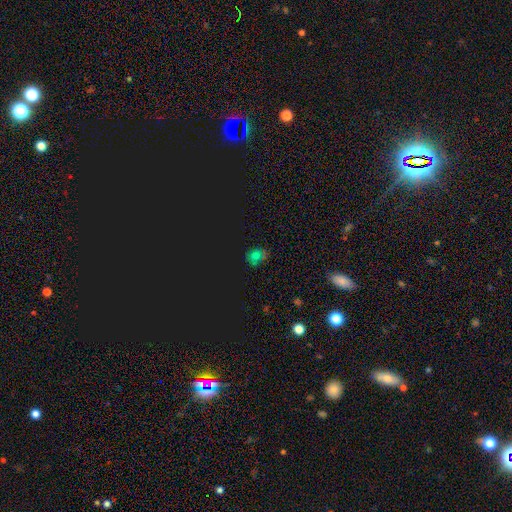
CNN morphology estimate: Smooth or featured? Predicted: star or artifact (p=0.45).